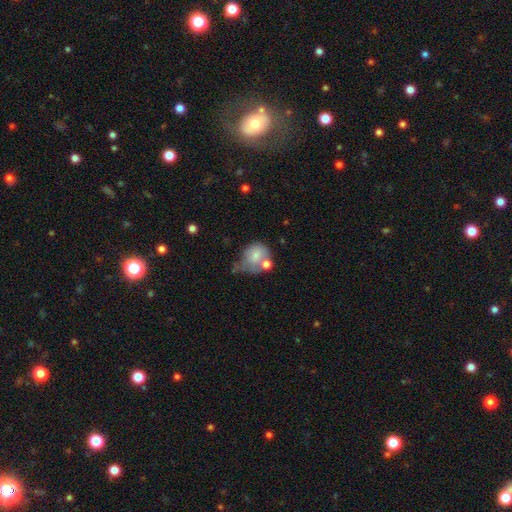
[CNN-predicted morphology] type=smooth (68%); roundness=round (61%); merging=merger (28%).